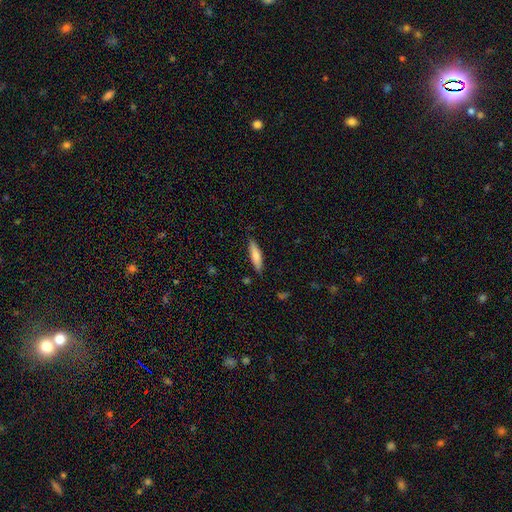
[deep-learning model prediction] Smooth or featured? Predicted: smooth (p=0.75). How rounded? Predicted: cigar-shaped (p=0.73). Merging? Predicted: none (p=0.85).